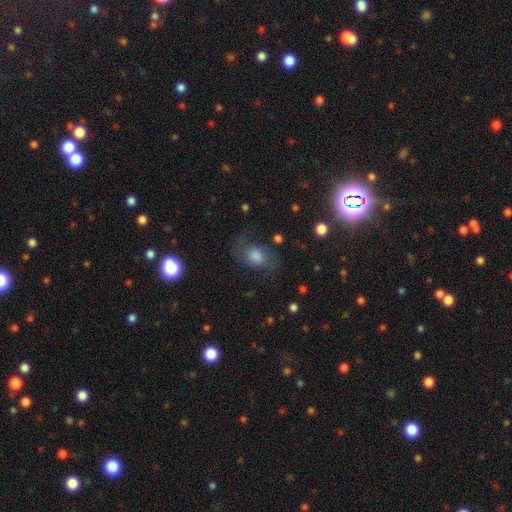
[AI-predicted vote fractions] featured or disk 47%, smooth 38%, star or artifact 15%. Down the decision tree: merging — none (67%).